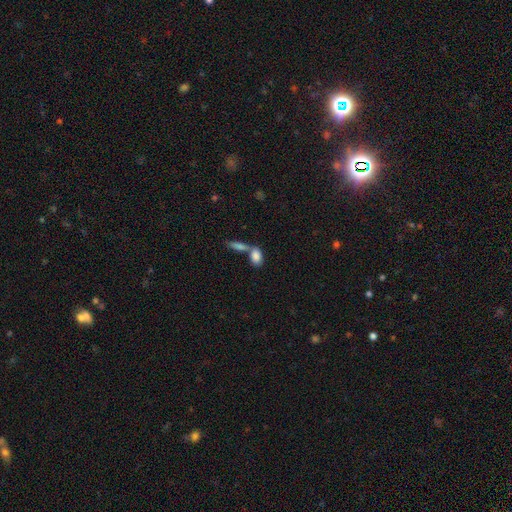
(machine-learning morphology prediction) Overall: smooth (84%). How rounded: in between (88%). Merging: merger (52%; none 36%).